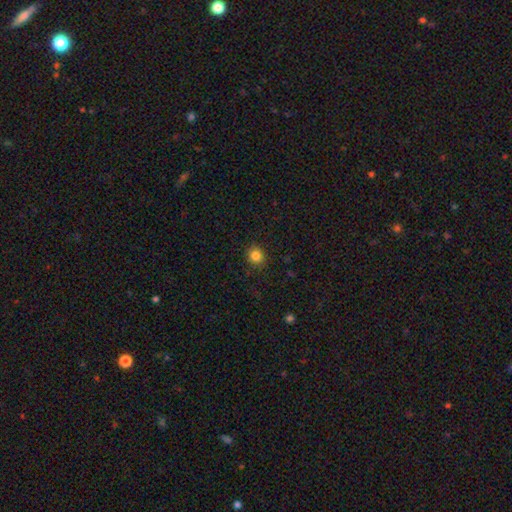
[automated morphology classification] This appears to be a smooth galaxy with no disk features (84%) that is round (86%). Merging: none (89%).